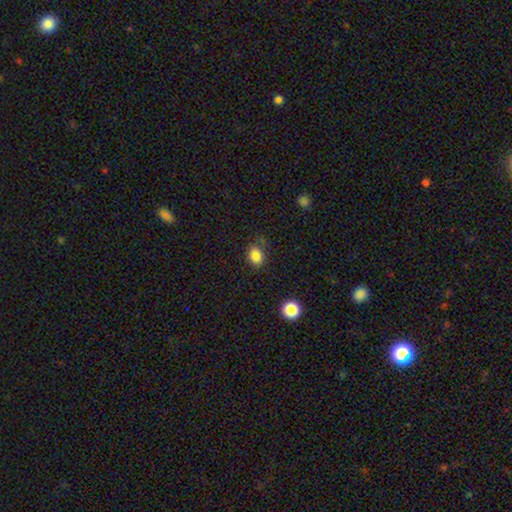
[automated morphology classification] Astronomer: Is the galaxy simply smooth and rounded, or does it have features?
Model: smooth — 85%.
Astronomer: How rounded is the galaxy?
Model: in between — 63%.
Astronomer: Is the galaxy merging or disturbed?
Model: none — 78%.